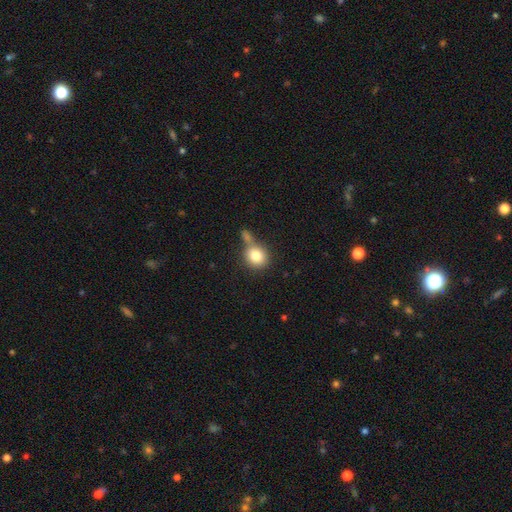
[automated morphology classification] type=smooth (80%); roundness=round (80%); merging=none (47%).